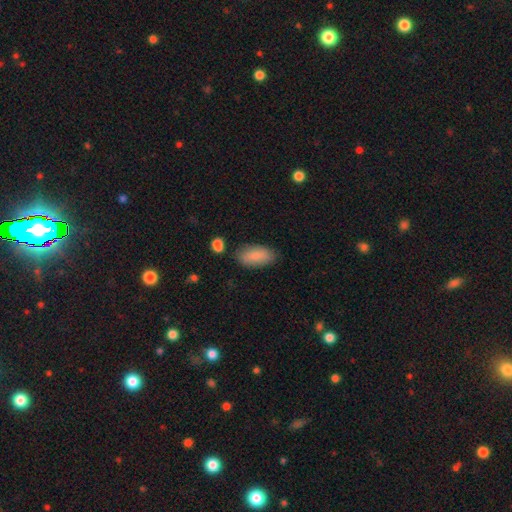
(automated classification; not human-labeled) smooth-or-featured: smooth: 87% | featured or disk: 7% | star or artifact: 7%
  how-rounded: in between: 91% | cigar-shaped: 7% | round: 2%
  merging: none: 77% | minor disturbance: 16% | major disturbance: 4% | merger: 4%